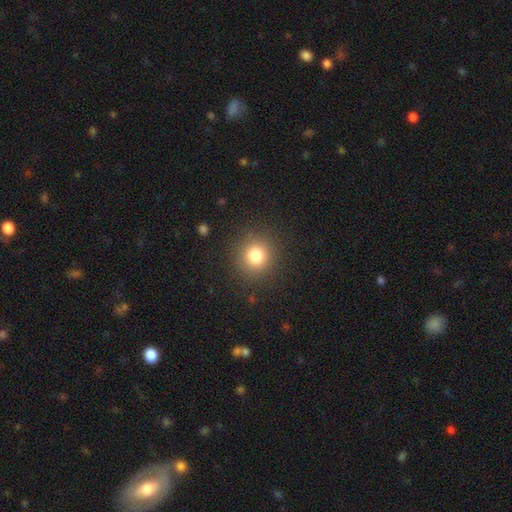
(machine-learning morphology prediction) A smooth galaxy with no disk features (80%) that is round (91%). Merging: none (89%).